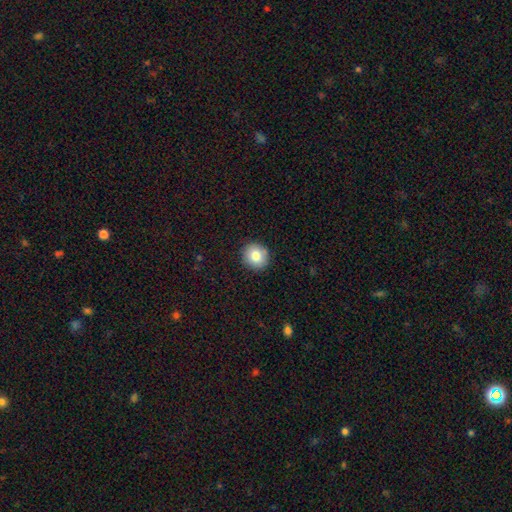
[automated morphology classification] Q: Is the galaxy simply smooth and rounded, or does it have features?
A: smooth — 82%.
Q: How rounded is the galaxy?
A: round — 88%.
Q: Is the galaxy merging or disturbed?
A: none — 90%.